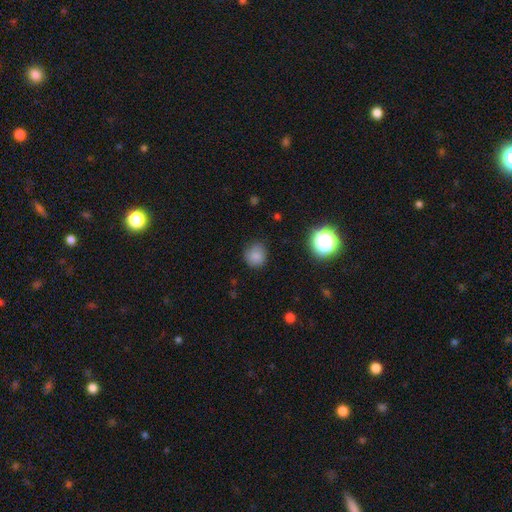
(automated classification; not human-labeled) smooth 81%, star or artifact 14%, featured or disk 6%. Down the decision tree: how rounded — round (87%); merging — none (82%).